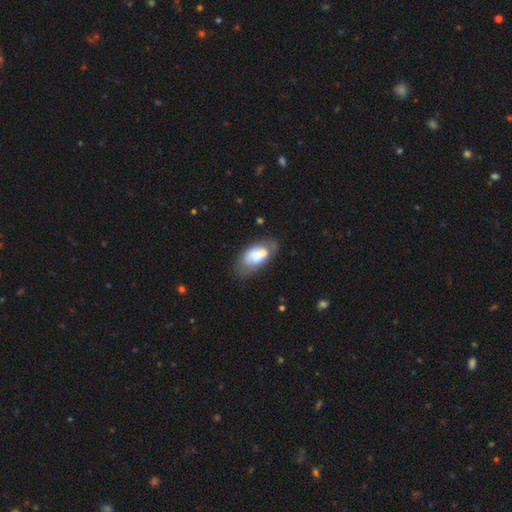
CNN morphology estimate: Overall: smooth (62%; featured or disk 30%). How rounded: in between (91%). Merging: none (43%; merger 23%).